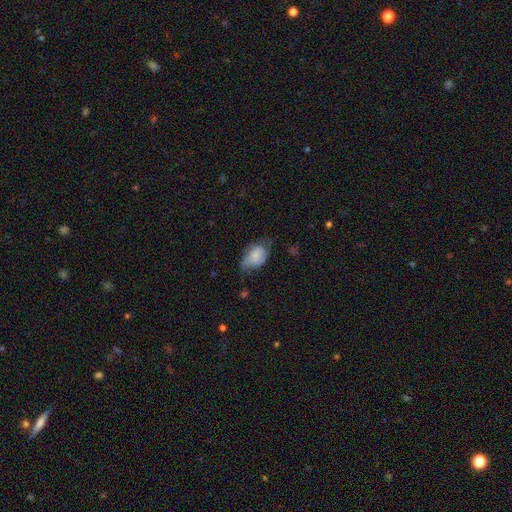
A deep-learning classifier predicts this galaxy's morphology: type=smooth (70%); roundness=in between (84%); merging=minor disturbance (41%).